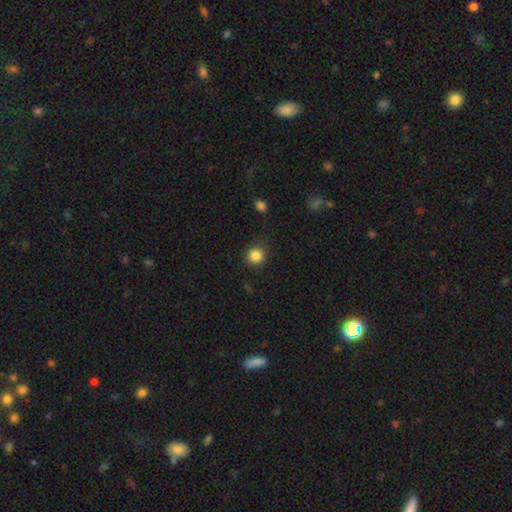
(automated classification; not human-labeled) This is clearly a smooth galaxy (85%). How rounded: clearly round (90%). Merging: clearly none (86%).